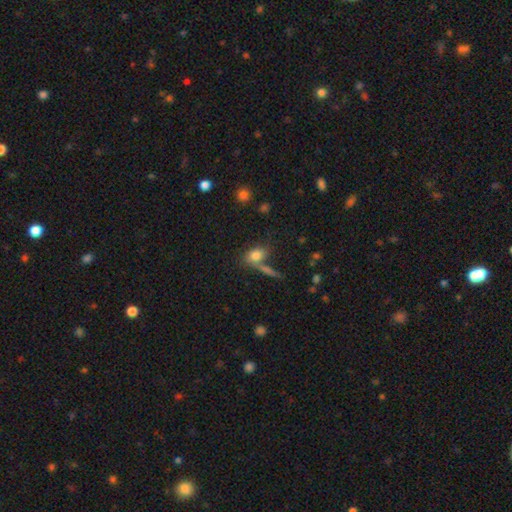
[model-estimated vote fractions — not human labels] Smooth or featured: smooth — 77% (featured or disk — 12%)
How rounded: in between — 75% (round — 19%)
Merging: none — 52% (merger — 27%)